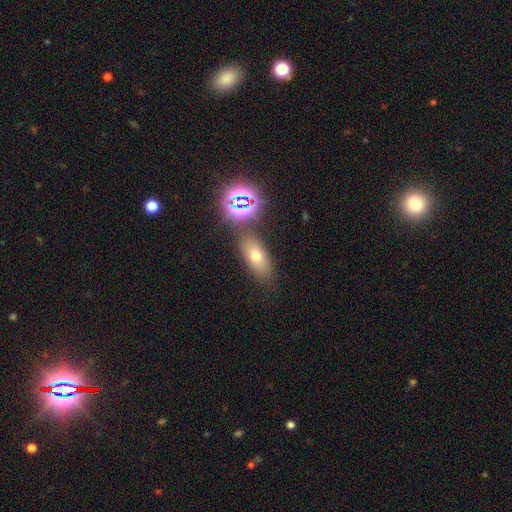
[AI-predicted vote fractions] Smooth or featured? Predicted: smooth (p=0.60). How rounded? Predicted: in between (p=0.76). Merging? Predicted: none (p=0.77).